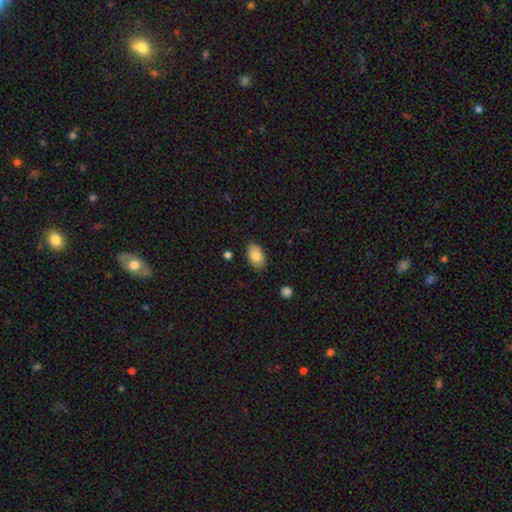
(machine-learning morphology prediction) Overall: smooth (84%). How rounded: in between (91%). Merging: none (85%).